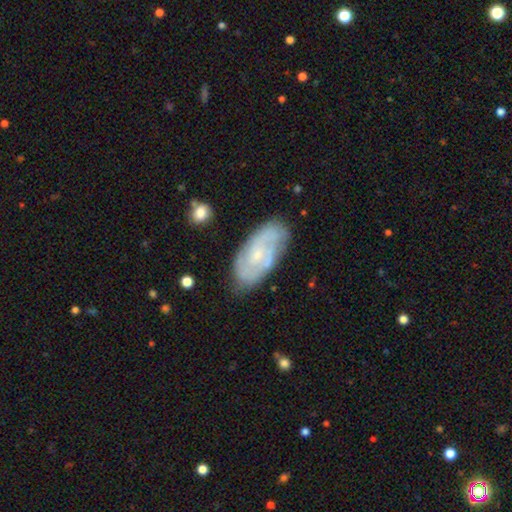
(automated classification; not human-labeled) featured or disk 68%, smooth 22%, star or artifact 10%. Down the decision tree: edge-on disk — no (92%); bar — no (64%); spiral arms — yes (90%); spiral arm count — can't tell (35%, tied with 2); spiral winding — tight (57%); bulge size — small (68%); merging — none (82%).